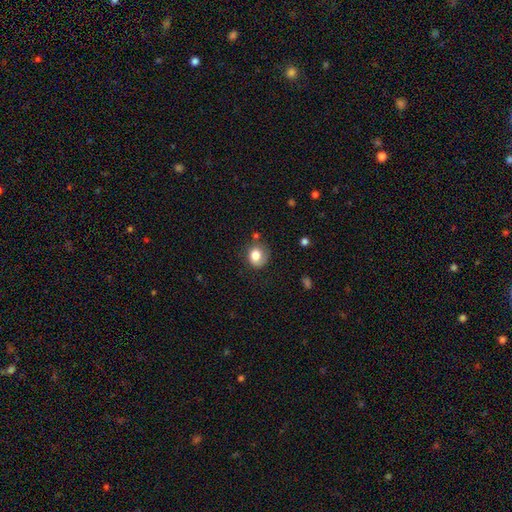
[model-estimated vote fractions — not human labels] smooth-or-featured: smooth: 77% | featured or disk: 14% | star or artifact: 9%
  how-rounded: round: 68% | in between: 31% | cigar-shaped: 1%
  merging: none: 59% | minor disturbance: 25% | major disturbance: 11% | merger: 5%